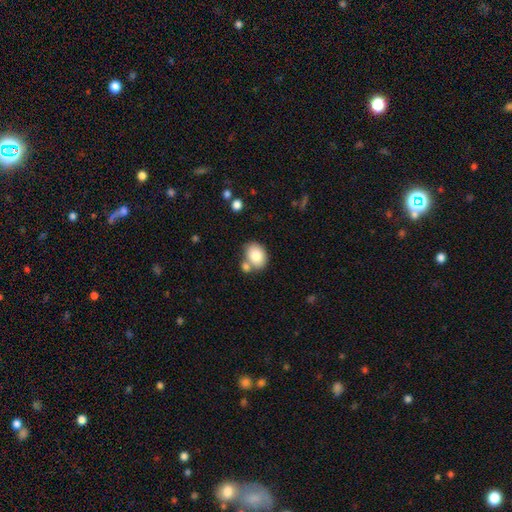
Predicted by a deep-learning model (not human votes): Smooth or featured: smooth — 81% (featured or disk — 12%)
How rounded: in between — 64% (round — 35%)
Merging: none — 60% (merger — 23%)